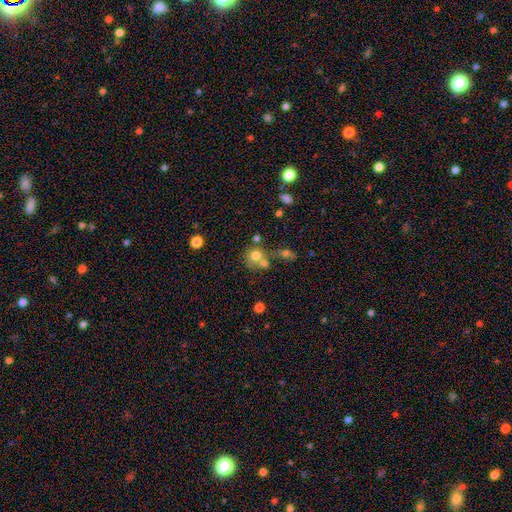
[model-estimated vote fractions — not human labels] smooth 72%, featured or disk 14%, star or artifact 14%. Down the decision tree: how rounded — round (81%); merging — merger (47%).